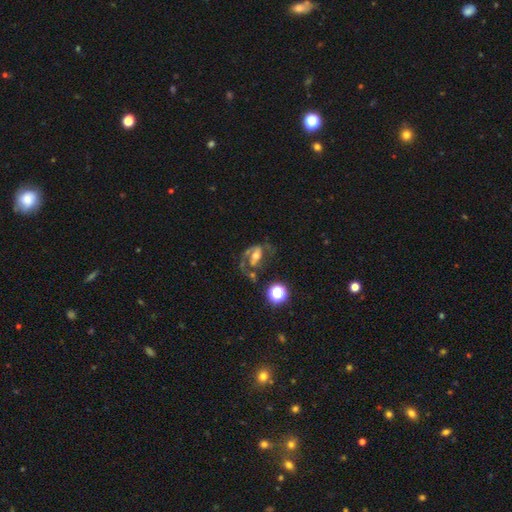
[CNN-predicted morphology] Q: Smooth or featured?
A: featured or disk (71%); runner-up: smooth (19%)
Q: Edge-on disk?
A: no (96%); runner-up: yes (4%)
Q: Bar?
A: no (36%); runner-up: weak (35%)
Q: Spiral arms?
A: yes (83%); runner-up: no (17%)
Q: Spiral winding?
A: medium (45%); runner-up: loose (35%)
Q: Spiral arm count?
A: 2 (60%); runner-up: 1 (30%)
Q: Bulge size?
A: moderate (60%); runner-up: small (22%)
Q: Merging?
A: none (39%); runner-up: major disturbance (33%)